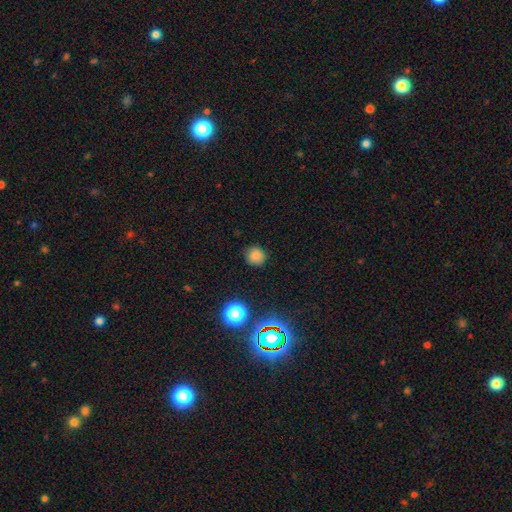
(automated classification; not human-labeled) Morphology: type=smooth (79%); roundness=round (91%); merging=none (88%).